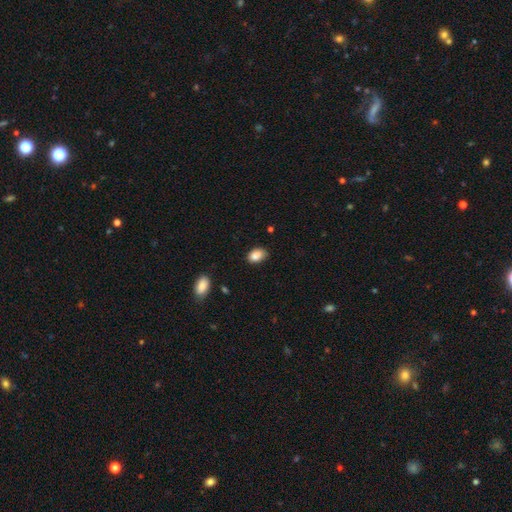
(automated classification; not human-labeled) The model was most divided on "merging": none: 73%, minor disturbance: 22%, major disturbance: 3%, merger: 1%. More confident: smooth or featured — smooth (87%); how rounded — in between (86%).